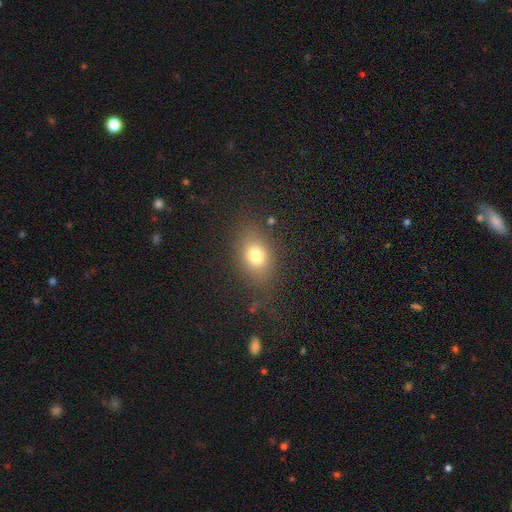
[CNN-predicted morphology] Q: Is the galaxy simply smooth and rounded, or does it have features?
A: smooth — 75%.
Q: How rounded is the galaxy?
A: in between — 66%.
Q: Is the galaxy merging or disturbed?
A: none — 76%.